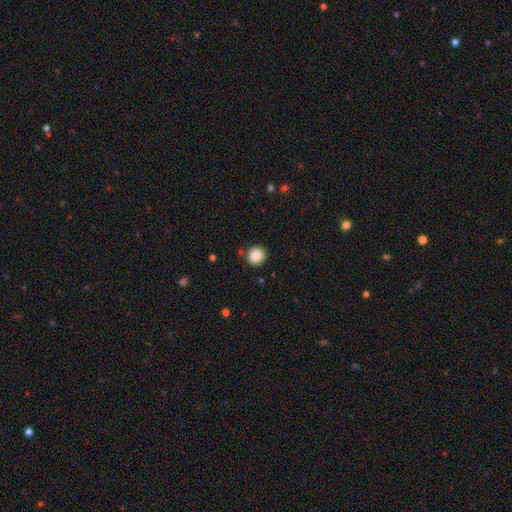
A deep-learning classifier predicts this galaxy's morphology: This appears to be a smooth galaxy with no disk features (88%) that is round (89%). Merging: none (86%).